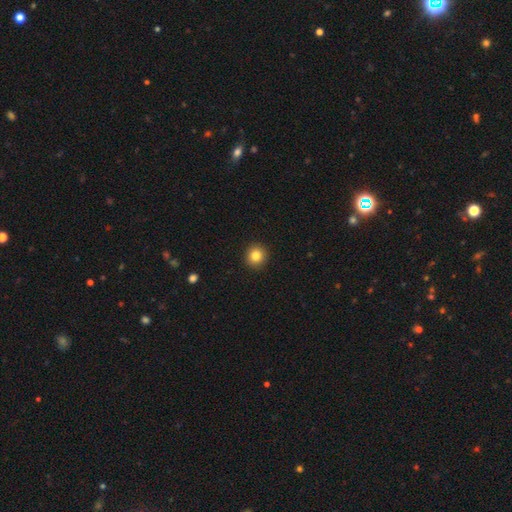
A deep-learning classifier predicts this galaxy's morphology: Smooth or featured: smooth — 83% (star or artifact — 11%)
How rounded: round — 94% (in between — 5%)
Merging: none — 93% (minor disturbance — 4%)